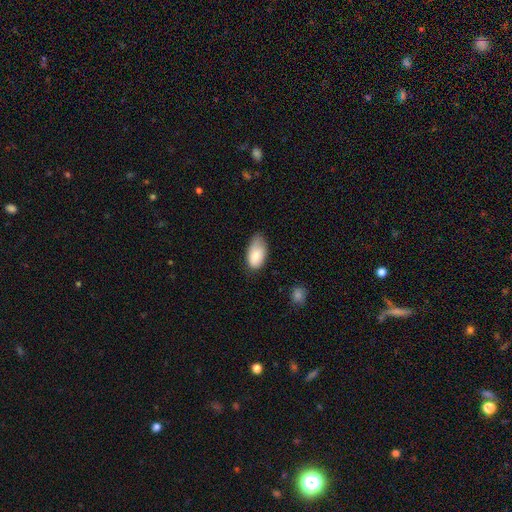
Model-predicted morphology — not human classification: Smooth or featured? smooth (83%)
How rounded? in between (94%)
Merging? none (50%)